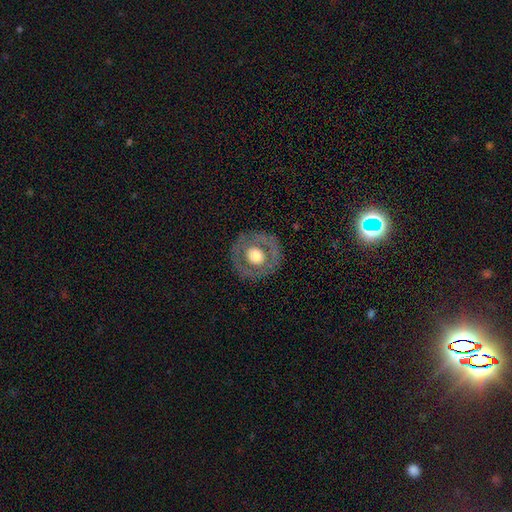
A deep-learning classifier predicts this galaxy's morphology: A smooth galaxy with no disk features (49%). Merging: none (83%).